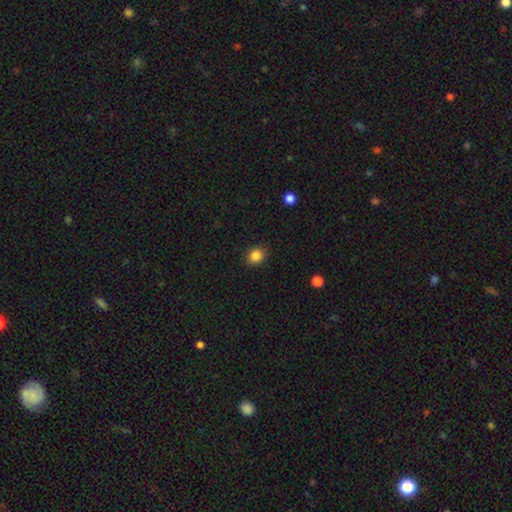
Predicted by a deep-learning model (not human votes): smooth-or-featured: smooth: 86% | star or artifact: 11% | featured or disk: 4%
  how-rounded: round: 67% | in between: 32% | cigar-shaped: 1%
  merging: none: 88% | minor disturbance: 9% | major disturbance: 2% | merger: 1%